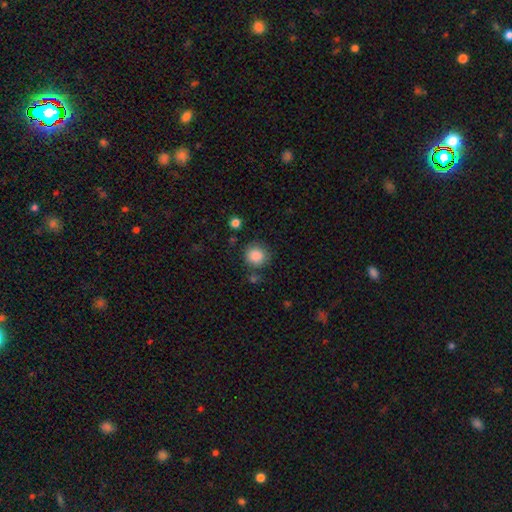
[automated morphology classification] Overall: smooth (86%). How rounded: round (91%). Merging: none (80%).